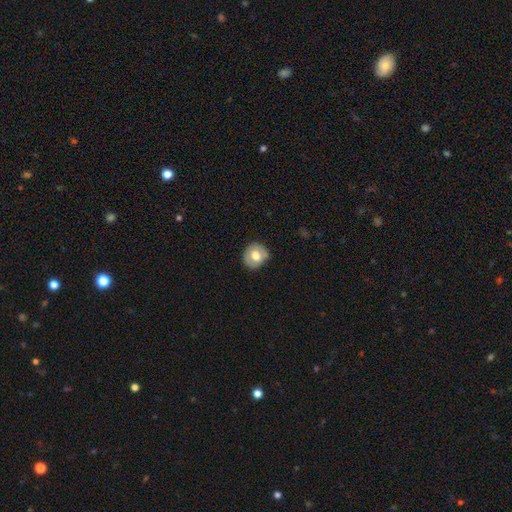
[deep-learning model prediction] smooth-or-featured: smooth: 60% | featured or disk: 33% | star or artifact: 7%
  how-rounded: round: 82% | in between: 17% | cigar-shaped: 1%
  merging: none: 78% | minor disturbance: 16% | major disturbance: 4% | merger: 2%